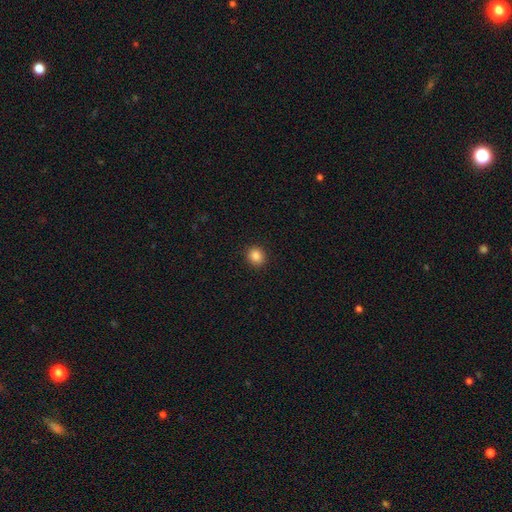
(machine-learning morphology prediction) Smooth or featured: smooth — 86% (star or artifact — 10%)
How rounded: round — 80% (in between — 19%)
Merging: none — 92% (minor disturbance — 6%)